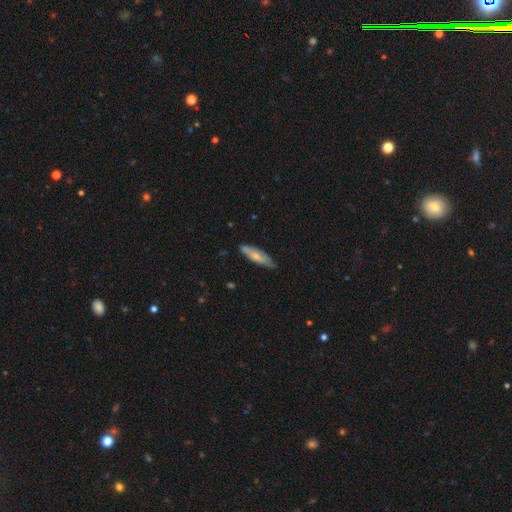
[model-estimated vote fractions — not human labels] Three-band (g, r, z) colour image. It shows a smooth galaxy with no disk features (61%) that is cigar-shaped (61%). Merging: none (72%).